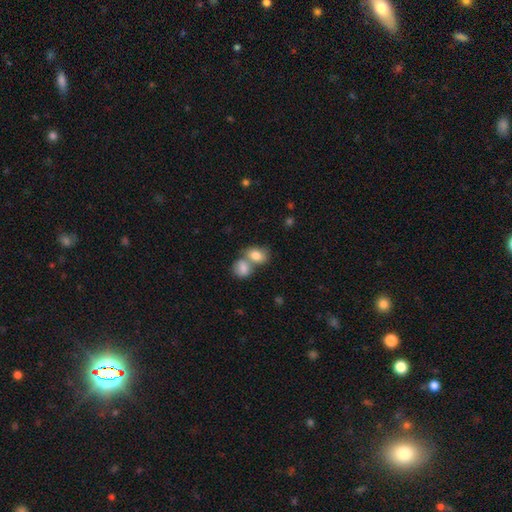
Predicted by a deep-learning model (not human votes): Morphology: type=smooth (81%); roundness=in between (71%); merging=merger (62%).